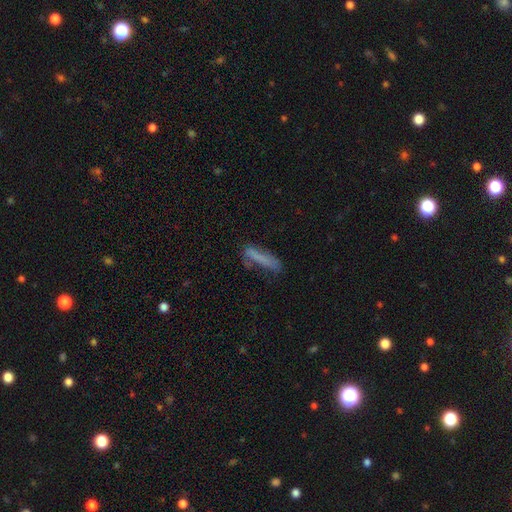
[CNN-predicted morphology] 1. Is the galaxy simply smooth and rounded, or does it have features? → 70% smooth, 21% featured or disk, 9% star or artifact.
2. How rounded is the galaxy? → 83% cigar-shaped, 15% in between, 2% round.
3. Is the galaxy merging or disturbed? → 57% none, 25% minor disturbance, 13% major disturbance, 5% merger.